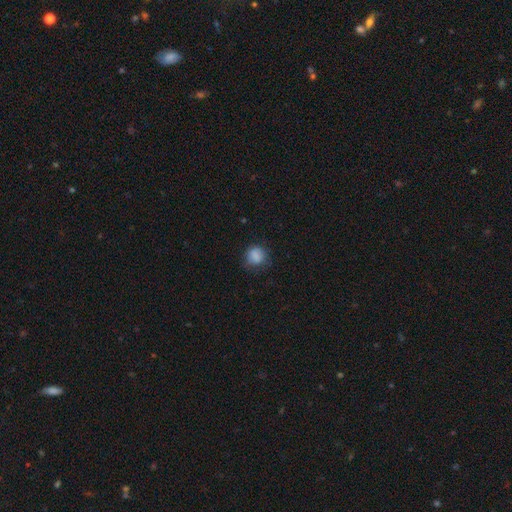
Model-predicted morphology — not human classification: Overall: smooth (83%). How rounded: round (76%). Merging: none (66%).